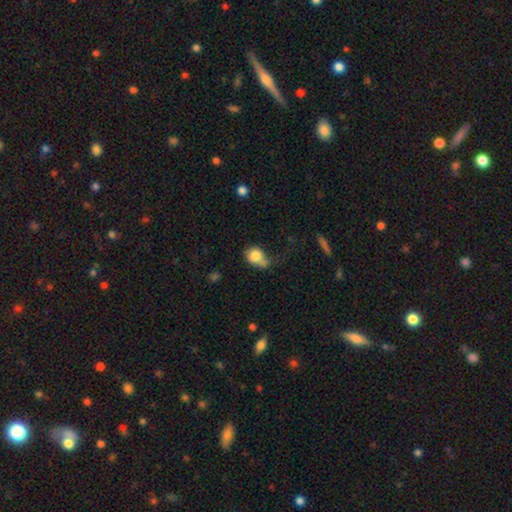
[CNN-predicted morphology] Smooth or featured?
  - smooth: 78% *
  - featured or disk: 13%
  - star or artifact: 9%
How rounded?
  - round: 62% *
  - in between: 37%
  - cigar-shaped: 1%
Merging?
  - none: 32% *
  - minor disturbance: 25%
  - merger: 24%
  - major disturbance: 19%